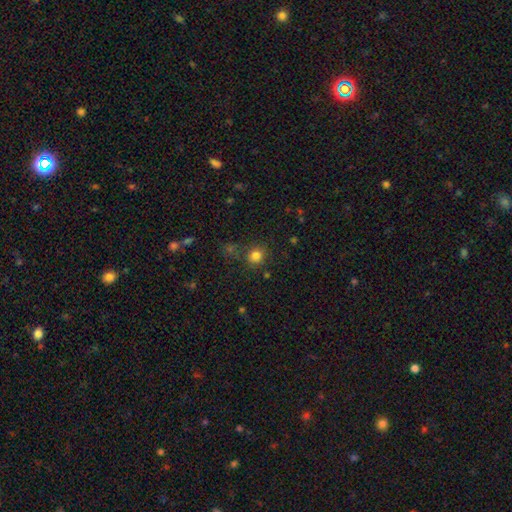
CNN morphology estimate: A smooth galaxy with no disk features (80%) that is round (87%).

Vote fractions:
- Smooth or featured? smooth: 80% / star or artifact: 15% / featured or disk: 6%
- How rounded? round: 87% / in between: 12% / cigar-shaped: 1%
- Merging? none: 74% / minor disturbance: 11% / merger: 10% / major disturbance: 5%